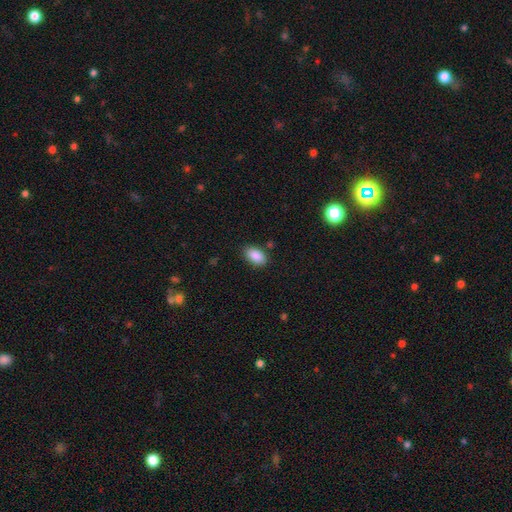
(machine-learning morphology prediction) smooth-or-featured: smooth: 89% | star or artifact: 7% | featured or disk: 4%
  how-rounded: in between: 93% | round: 6% | cigar-shaped: 2%
  merging: none: 84% | minor disturbance: 11% | major disturbance: 3% | merger: 2%